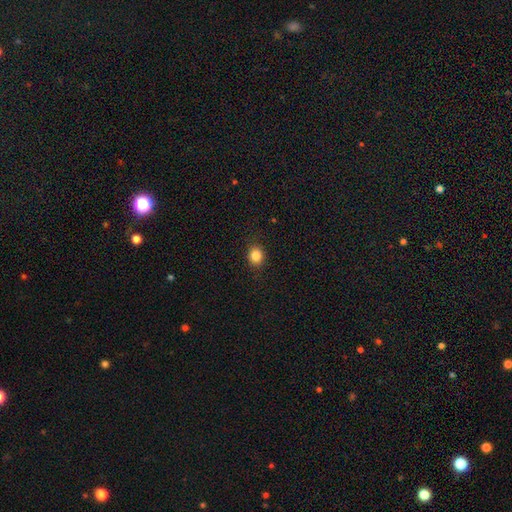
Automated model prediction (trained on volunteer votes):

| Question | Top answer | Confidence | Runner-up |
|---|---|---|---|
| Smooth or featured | smooth | 85% | star or artifact (11%) |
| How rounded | round | 68% | in between (31%) |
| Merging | none | 89% | minor disturbance (8%) |